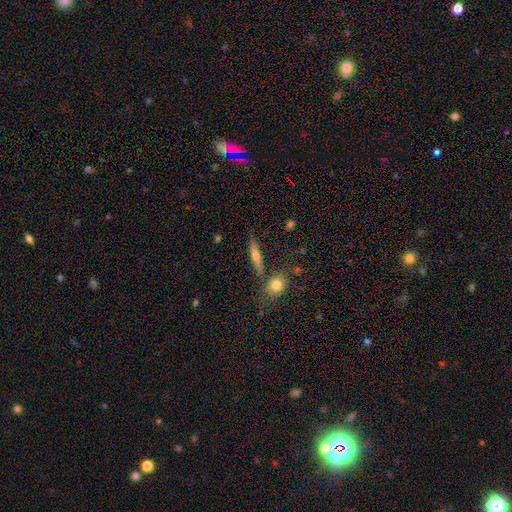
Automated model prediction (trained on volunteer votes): Morphology: type=featured or disk (47%); merging=none (80%).